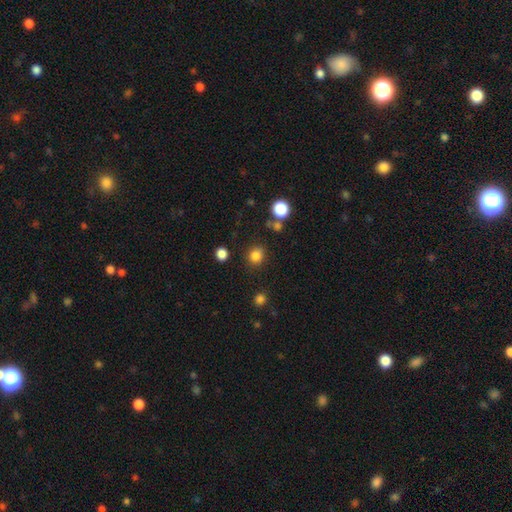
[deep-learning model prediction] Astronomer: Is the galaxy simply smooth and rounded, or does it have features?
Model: smooth — 82%.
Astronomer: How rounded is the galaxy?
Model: round — 79%.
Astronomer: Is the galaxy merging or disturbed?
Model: none — 84%.